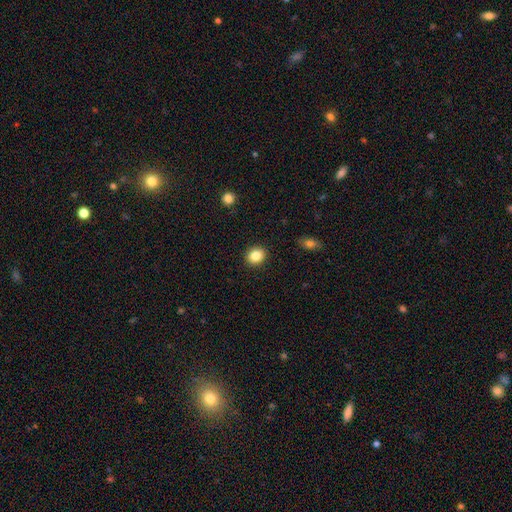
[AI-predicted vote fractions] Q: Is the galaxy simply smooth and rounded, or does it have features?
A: smooth — 85%.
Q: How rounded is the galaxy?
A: round — 72%.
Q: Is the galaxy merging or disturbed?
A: none — 91%.